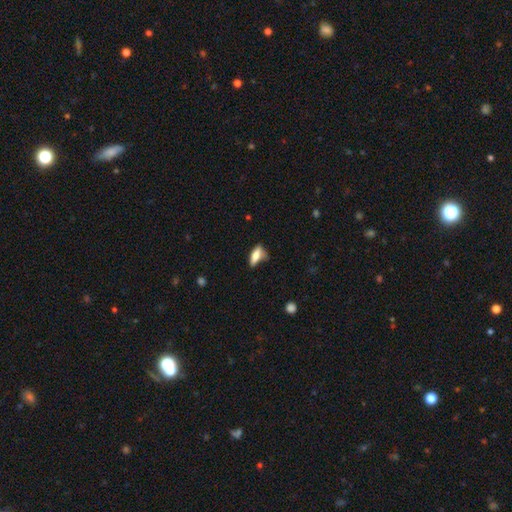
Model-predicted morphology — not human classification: Smooth or featured? smooth (73%)
How rounded? in between (72%)
Merging? none (44%)